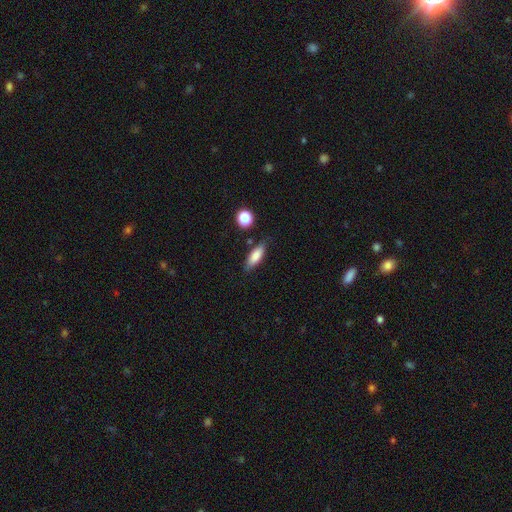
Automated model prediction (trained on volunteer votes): Smooth or featured? Predicted: smooth (p=0.79). How rounded? Predicted: in between (p=0.61). Merging? Predicted: none (p=0.77).